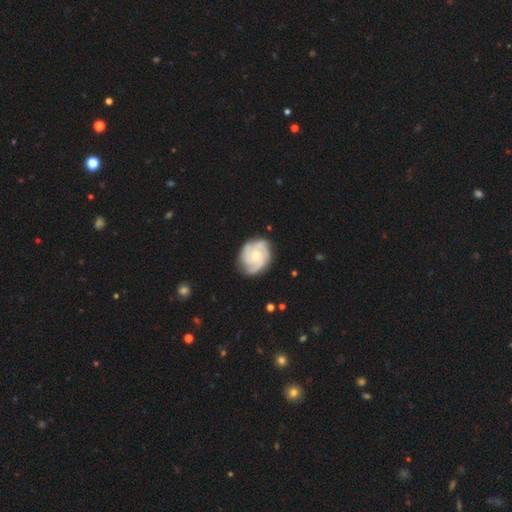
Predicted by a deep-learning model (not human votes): Smooth or featured?
  - featured or disk: 84% *
  - smooth: 11%
  - star or artifact: 5%
Edge-on disk?
  - no: 98% *
  - yes: 2%
Bar?
  - no: 76% *
  - weak: 20%
  - strong: 3%
Spiral arms?
  - yes: 97% *
  - no: 3%
Spiral winding?
  - tight: 57% *
  - medium: 36%
  - loose: 7%
Spiral arm count?
  - 3: 51% *
  - 4: 16%
  - can't tell: 13%
  - 2: 11%
  - more than 4: 5%
  - 1: 5%
Bulge size?
  - moderate: 54% *
  - small: 42%
  - large: 2%
  - none: 1%
  - dominant: 1%
Merging?
  - none: 79% *
  - minor disturbance: 16%
  - major disturbance: 4%
  - merger: 1%